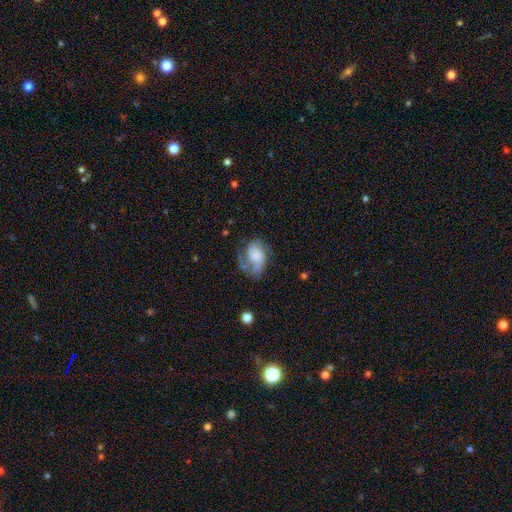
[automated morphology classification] Smooth or featured? featured or disk (60%)
Edge-on disk? no (98%)
Bar? no (74%)
Spiral arms? yes (85%)
Spiral winding? medium (41%)
Spiral arm count? 2 (48%)
Bulge size? none (39%)
Merging? none (40%)